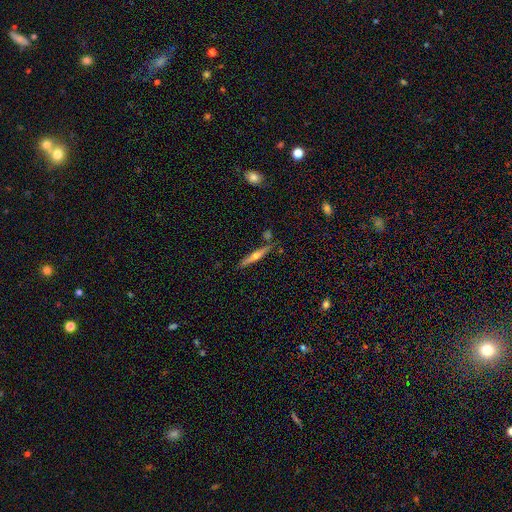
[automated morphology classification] Q: Smooth or featured?
A: featured or disk (58%); runner-up: smooth (35%)
Q: Edge-on disk?
A: yes (96%); runner-up: no (4%)
Q: Edge-on bulge?
A: rounded (86%); runner-up: none (9%)
Q: Merging?
A: none (79%); runner-up: minor disturbance (12%)